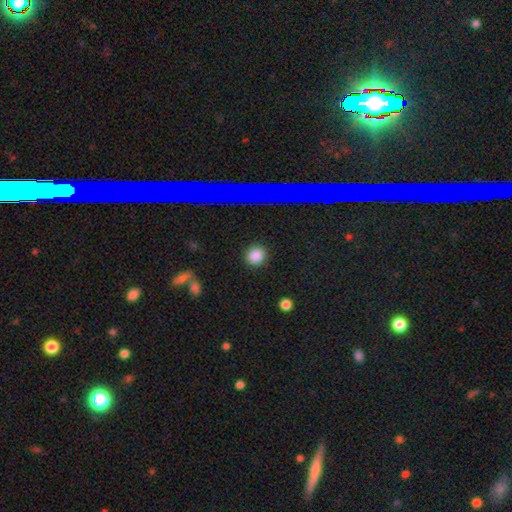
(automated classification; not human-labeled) This appears to be a smooth galaxy with no disk features (82%) that is round (90%). Merging: none (90%).